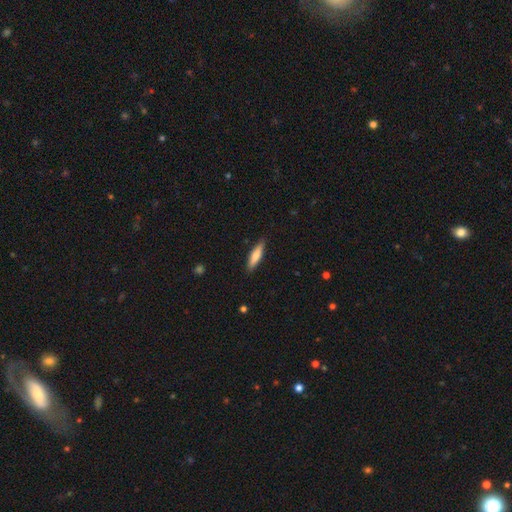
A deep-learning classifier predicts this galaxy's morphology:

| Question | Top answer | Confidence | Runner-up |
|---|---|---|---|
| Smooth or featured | smooth | 71% | featured or disk (23%) |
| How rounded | cigar-shaped | 76% | in between (23%) |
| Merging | none | 87% | minor disturbance (10%) |